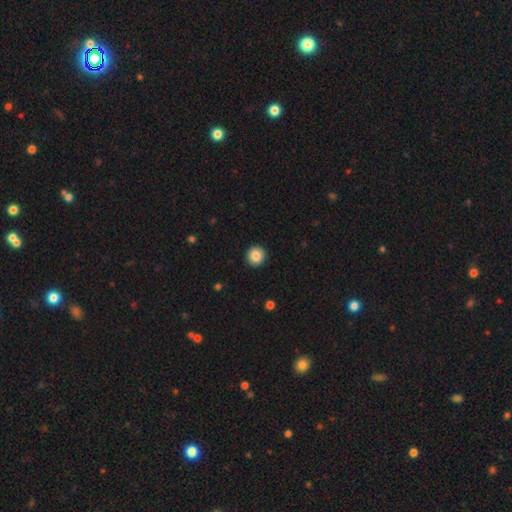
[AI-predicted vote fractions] Smooth or featured? smooth (86%)
How rounded? round (94%)
Merging? none (93%)